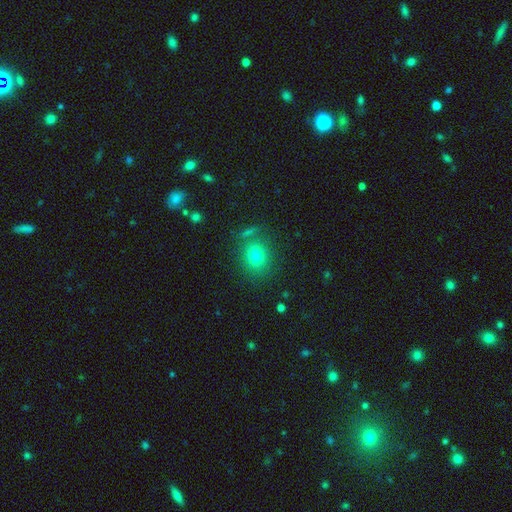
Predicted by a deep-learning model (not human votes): Overall: smooth (76%). How rounded: round (71%). Merging: none (78%).